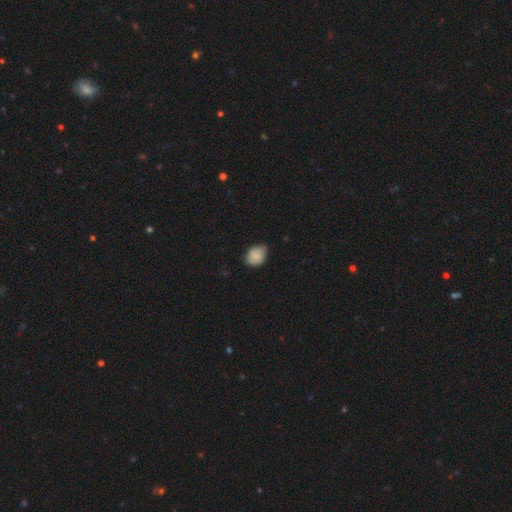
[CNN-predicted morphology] A smooth galaxy with no disk features (81%) that is in between round and cigar-shaped (56%).

Vote fractions:
- Smooth or featured? smooth: 81% / featured or disk: 10% / star or artifact: 8%
- How rounded? in between: 56% / round: 43% / cigar-shaped: 1%
- Merging? none: 60% / minor disturbance: 34% / major disturbance: 5% / merger: 1%